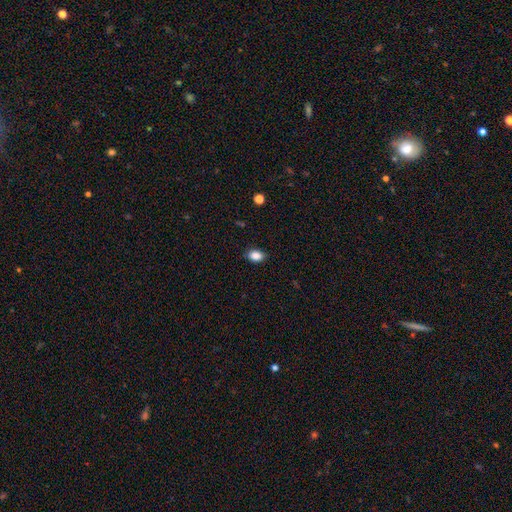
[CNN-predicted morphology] smooth-or-featured: smooth: 88% | star or artifact: 9% | featured or disk: 4%
  how-rounded: in between: 80% | round: 19% | cigar-shaped: 1%
  merging: none: 85% | minor disturbance: 11% | major disturbance: 2% | merger: 1%